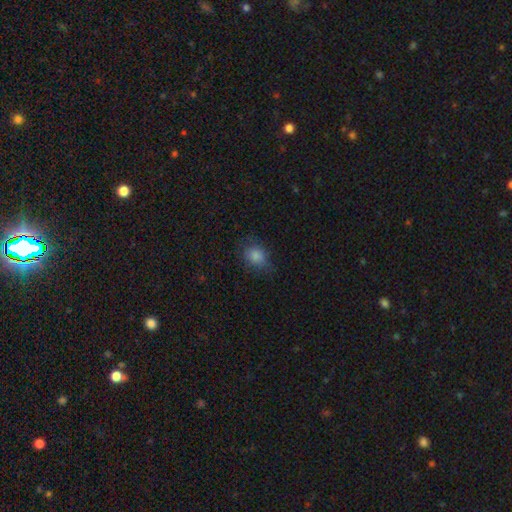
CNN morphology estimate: smooth-or-featured: smooth: 82% | star or artifact: 11% | featured or disk: 7%
  how-rounded: round: 51% | in between: 47% | cigar-shaped: 1%
  merging: none: 69% | minor disturbance: 23% | major disturbance: 7% | merger: 1%